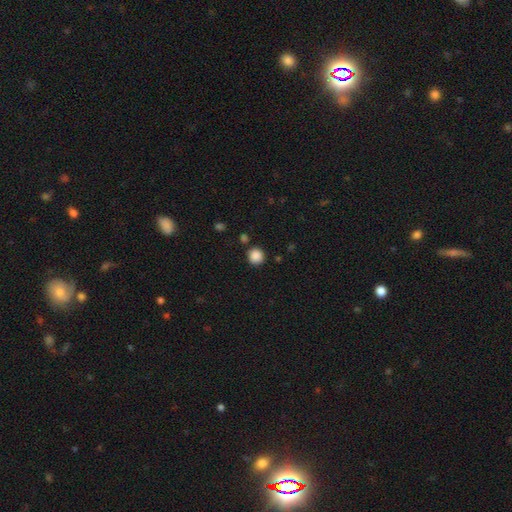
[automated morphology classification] Smooth or featured: smooth — 88% (star or artifact — 10%)
How rounded: round — 92% (in between — 7%)
Merging: none — 85% (minor disturbance — 8%)